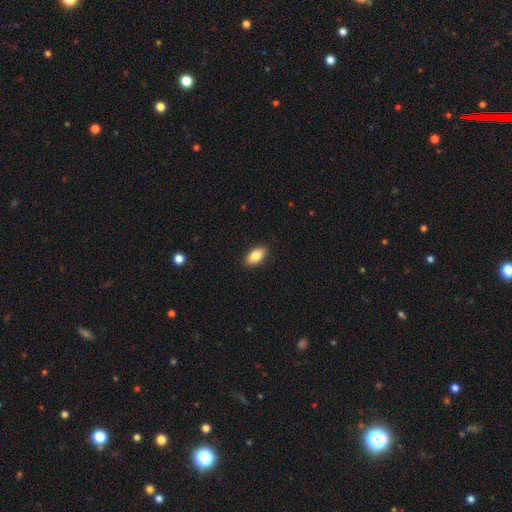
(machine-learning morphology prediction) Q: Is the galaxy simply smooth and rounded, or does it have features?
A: smooth — 86%.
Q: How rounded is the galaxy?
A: in between — 92%.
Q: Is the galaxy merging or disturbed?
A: none — 89%.